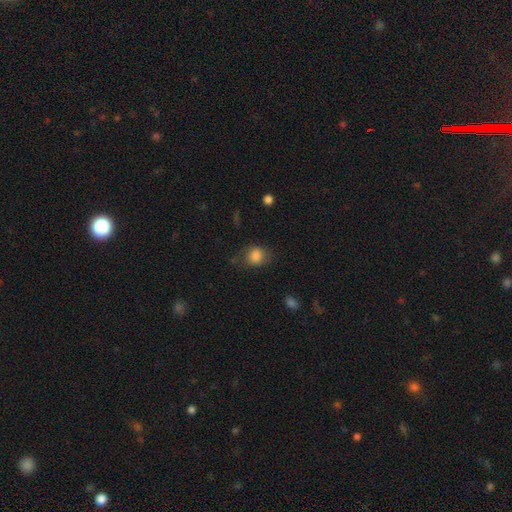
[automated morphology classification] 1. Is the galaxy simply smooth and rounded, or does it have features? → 83% smooth, 9% star or artifact, 7% featured or disk.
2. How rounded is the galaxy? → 59% round, 40% in between, 1% cigar-shaped.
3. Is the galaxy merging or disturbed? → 66% none, 23% minor disturbance, 9% major disturbance, 2% merger.